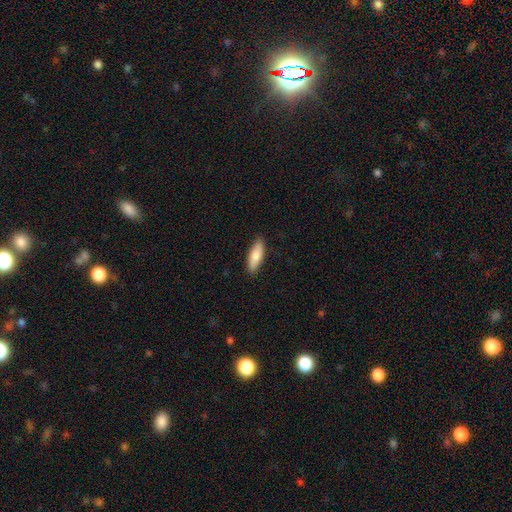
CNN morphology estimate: smooth-or-featured: smooth: 81% | featured or disk: 13% | star or artifact: 5%
  how-rounded: in between: 56% | cigar-shaped: 42% | round: 2%
  merging: none: 89% | minor disturbance: 9% | major disturbance: 2% | merger: 1%